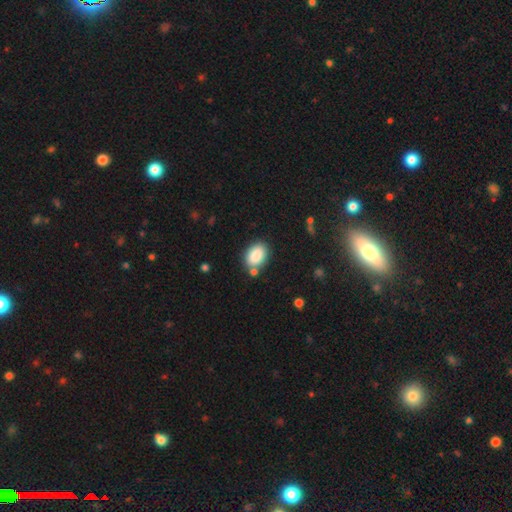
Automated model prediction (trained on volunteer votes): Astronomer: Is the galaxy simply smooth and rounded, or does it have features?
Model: smooth — 87%.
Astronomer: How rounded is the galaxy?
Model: in between — 81%.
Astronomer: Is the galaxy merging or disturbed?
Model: none — 74%.